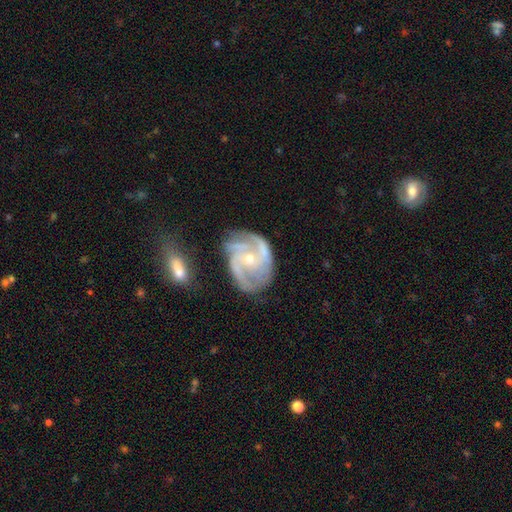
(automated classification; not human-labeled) A featured or disk galaxy (89%) with no bar (62%), 3 (44%) medium (48%) spiral arms (97%) and a small central bulge (68%).

Vote fractions:
- Smooth or featured? featured or disk: 89% / star or artifact: 6% / smooth: 5%
- Edge-on disk? no: 98% / yes: 2%
- Bar? no: 62% / weak: 29% / strong: 9%
- Spiral arms? yes: 97% / no: 3%
- Spiral winding? medium: 48% / tight: 40% / loose: 12%
- Spiral arm count? 3: 44% / 2: 26% / can't tell: 11% / 4: 10% / more than 4: 4% / 1: 4%
- Bulge size? small: 68% / moderate: 28% / none: 1% / large: 1% / dominant: 1%
- Merging? none: 60% / minor disturbance: 23% / major disturbance: 11% / merger: 6%